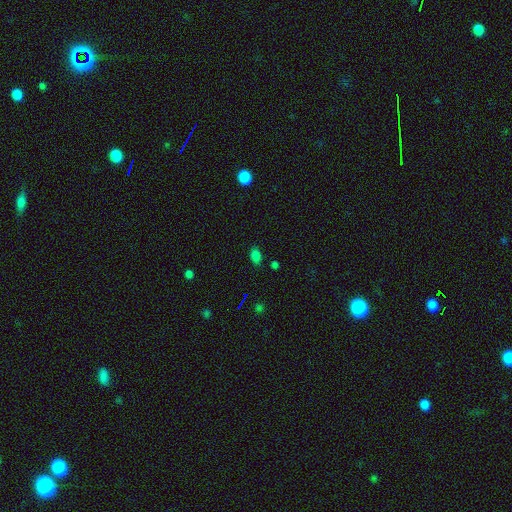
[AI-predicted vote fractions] This is likely a smooth galaxy (77%). How rounded: clearly in between (87%). Merging: clearly none (82%).